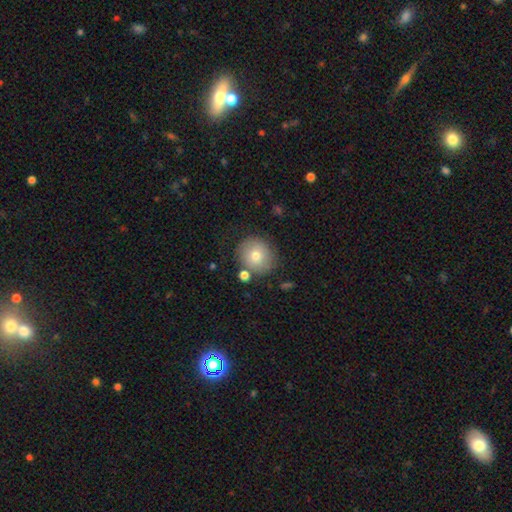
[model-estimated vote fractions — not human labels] Smooth or featured: smooth — 74% (featured or disk — 16%)
How rounded: round — 91% (in between — 8%)
Merging: none — 78% (minor disturbance — 11%)